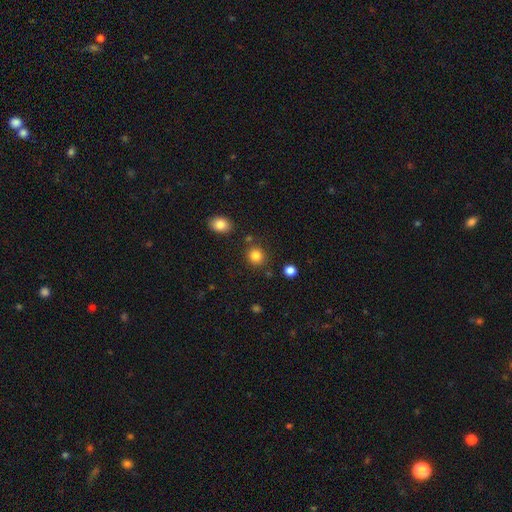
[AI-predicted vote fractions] Smooth or featured?
  - smooth: 84% *
  - star or artifact: 11%
  - featured or disk: 5%
How rounded?
  - round: 84% *
  - in between: 15%
  - cigar-shaped: 1%
Merging?
  - none: 83% *
  - minor disturbance: 8%
  - merger: 5%
  - major disturbance: 3%